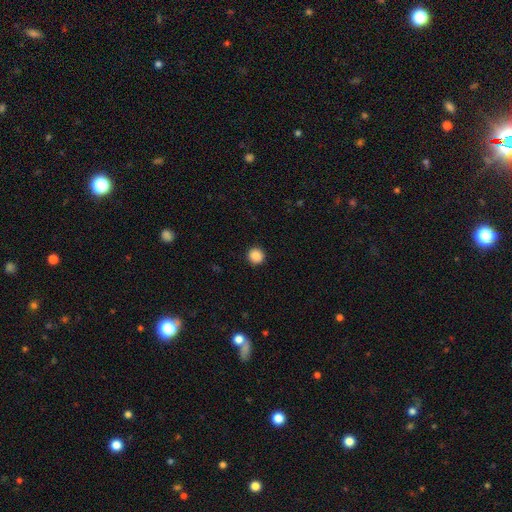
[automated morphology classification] type=smooth (88%); roundness=round (94%); merging=none (92%).